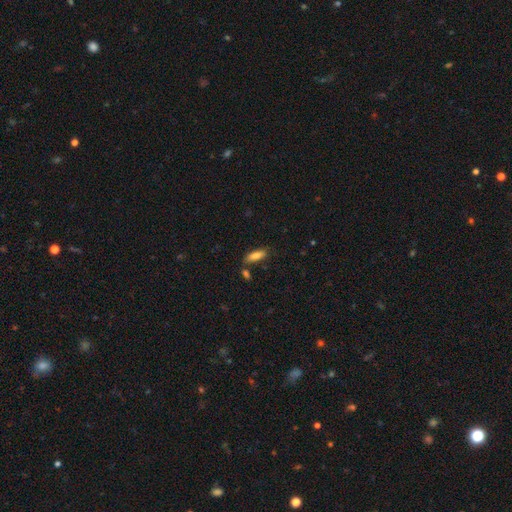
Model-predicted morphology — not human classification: Smooth or featured? smooth (80%)
How rounded? in between (57%)
Merging? none (76%)